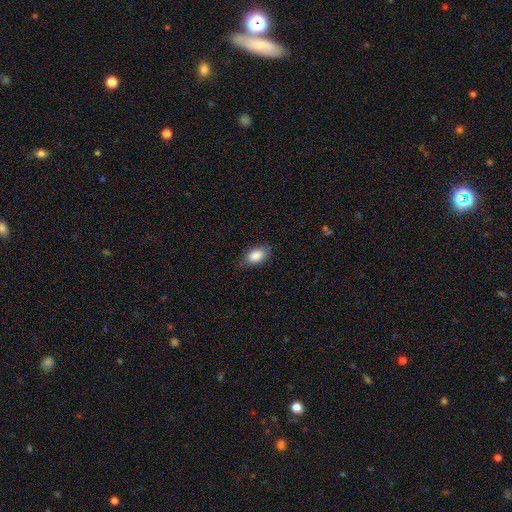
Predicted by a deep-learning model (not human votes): Smooth or featured?
  - smooth: 87% *
  - star or artifact: 7%
  - featured or disk: 6%
How rounded?
  - in between: 91% *
  - round: 7%
  - cigar-shaped: 2%
Merging?
  - none: 80% *
  - minor disturbance: 16%
  - major disturbance: 3%
  - merger: 1%